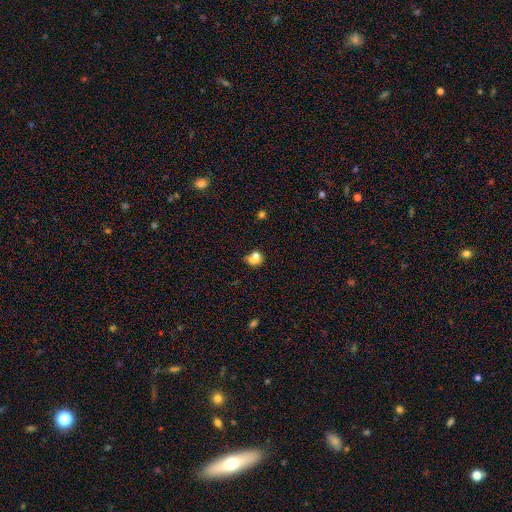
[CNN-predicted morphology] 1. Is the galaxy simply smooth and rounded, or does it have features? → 63% smooth, 22% featured or disk, 15% star or artifact.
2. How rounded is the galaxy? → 55% round, 43% in between, 2% cigar-shaped.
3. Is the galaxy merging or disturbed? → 34% none, 31% merger, 18% major disturbance, 18% minor disturbance.